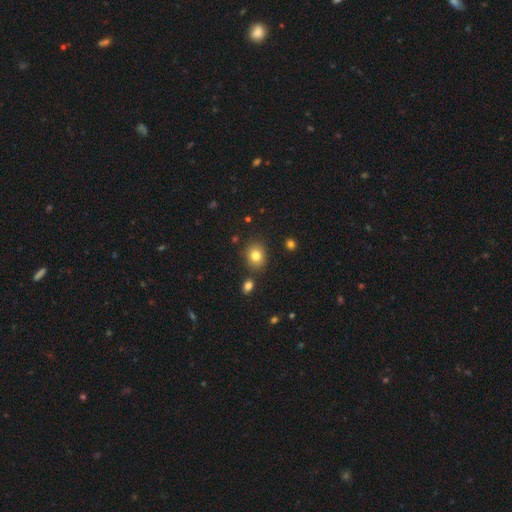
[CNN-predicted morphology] Smooth or featured?
  - smooth: 81% *
  - star or artifact: 11%
  - featured or disk: 8%
How rounded?
  - round: 63% *
  - in between: 36%
  - cigar-shaped: 1%
Merging?
  - none: 82% *
  - minor disturbance: 10%
  - merger: 5%
  - major disturbance: 3%